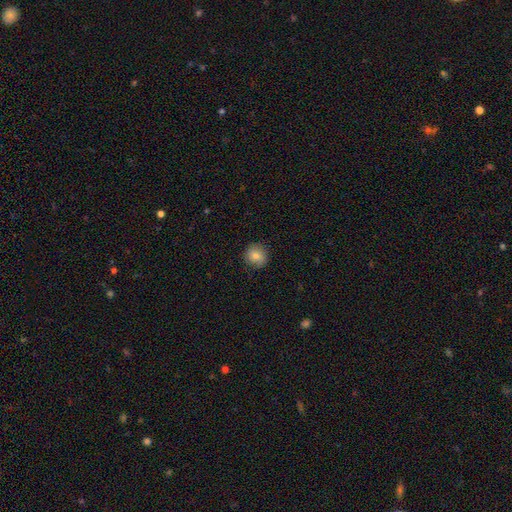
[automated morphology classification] This is likely a smooth galaxy (79%). How rounded: clearly round (88%). Merging: clearly none (85%).